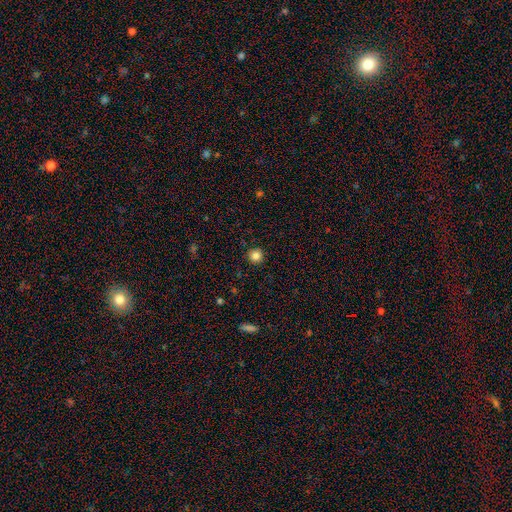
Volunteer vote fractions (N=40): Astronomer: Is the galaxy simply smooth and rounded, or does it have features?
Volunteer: smooth — 88%.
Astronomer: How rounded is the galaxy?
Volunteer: round — 97%.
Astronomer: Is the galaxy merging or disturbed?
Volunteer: none — 86%.